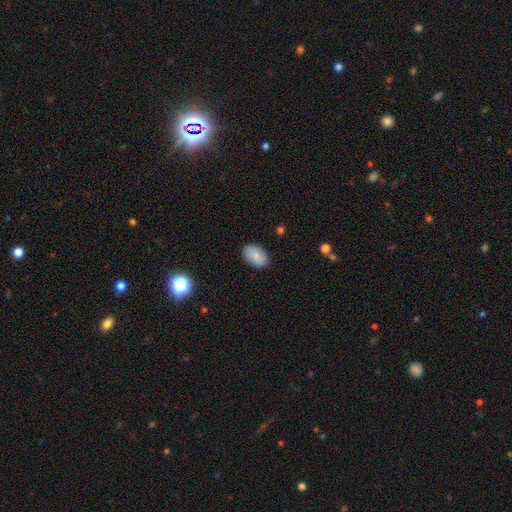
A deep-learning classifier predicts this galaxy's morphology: Smooth or featured? Predicted: smooth (p=0.79). How rounded? Predicted: in between (p=0.87). Merging? Predicted: none (p=0.85).